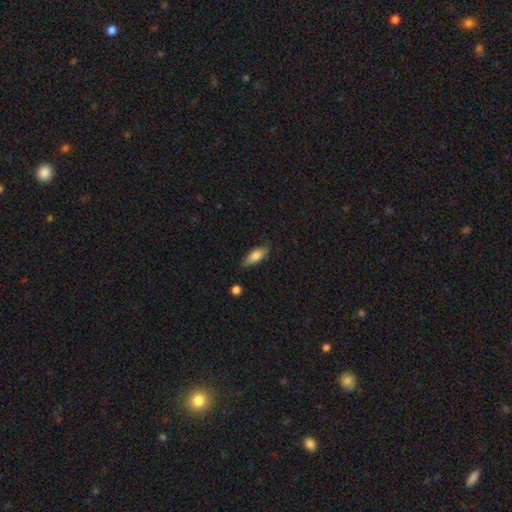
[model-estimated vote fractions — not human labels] Morphology: type=smooth (79%); roundness=in between (68%); merging=none (76%).